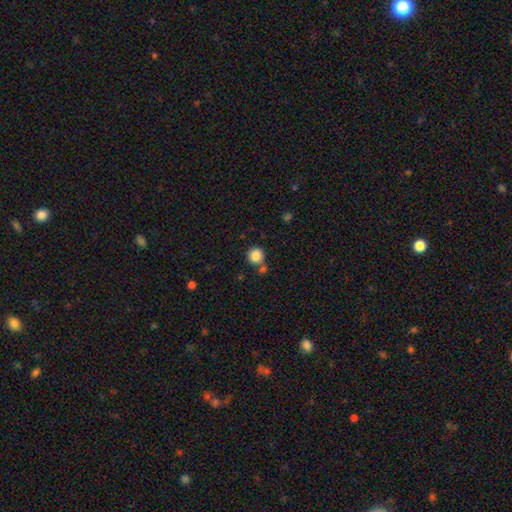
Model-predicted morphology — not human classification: A smooth galaxy with no disk features (85%) that is round (90%). Merging: none (69%).